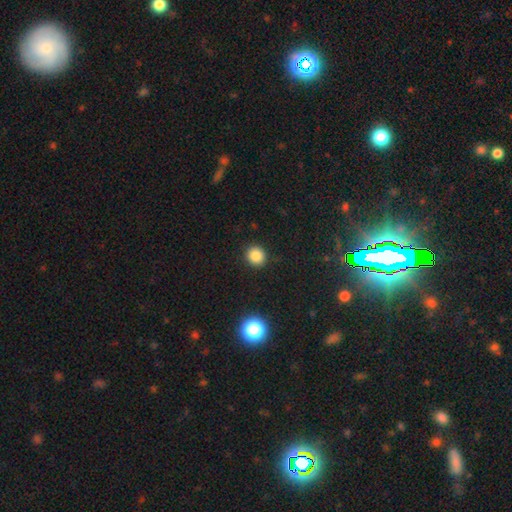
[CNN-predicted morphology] smooth_or_featured: smooth (p=0.85) [alt: star or artifact p=0.12]
how_rounded: round (p=0.86) [alt: in between p=0.13]
merging: none (p=0.91) [alt: minor disturbance p=0.06]